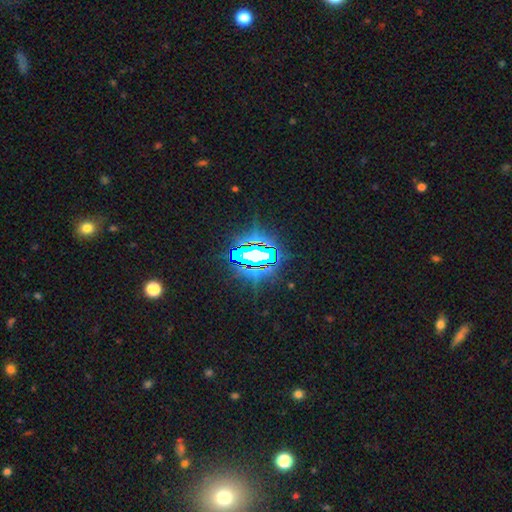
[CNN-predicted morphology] Smooth or featured? Predicted: star or artifact (p=0.76).